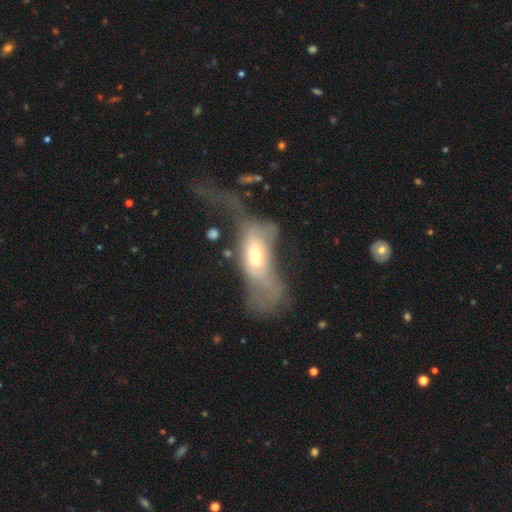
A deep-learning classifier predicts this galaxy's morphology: smooth_or_featured: featured or disk (p=0.46) [alt: smooth p=0.44]
merging: major disturbance (p=0.67) [alt: merger p=0.12]